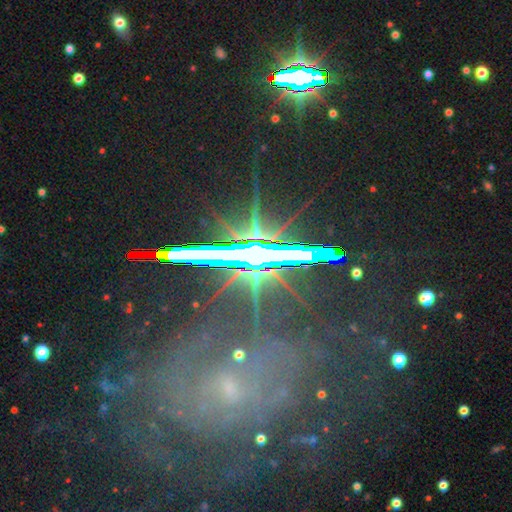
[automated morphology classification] smooth_or_featured: star or artifact (p=0.83) [alt: featured or disk p=0.12]